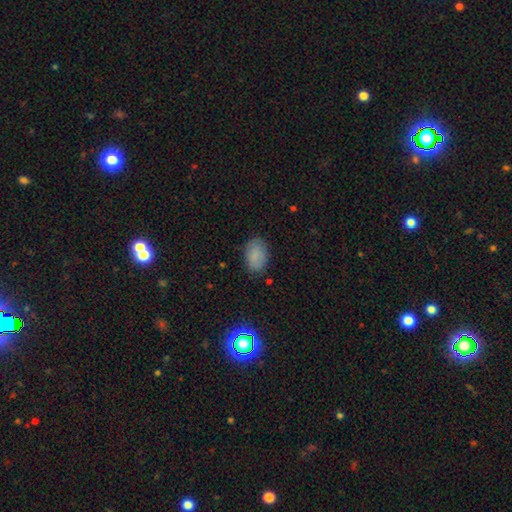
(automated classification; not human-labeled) A smooth galaxy with no disk features (83%) that is in between round and cigar-shaped (89%).

Vote fractions:
- Smooth or featured? smooth: 83% / star or artifact: 11% / featured or disk: 7%
- How rounded? in between: 89% / round: 10% / cigar-shaped: 1%
- Merging? none: 81% / minor disturbance: 14% / major disturbance: 3% / merger: 1%